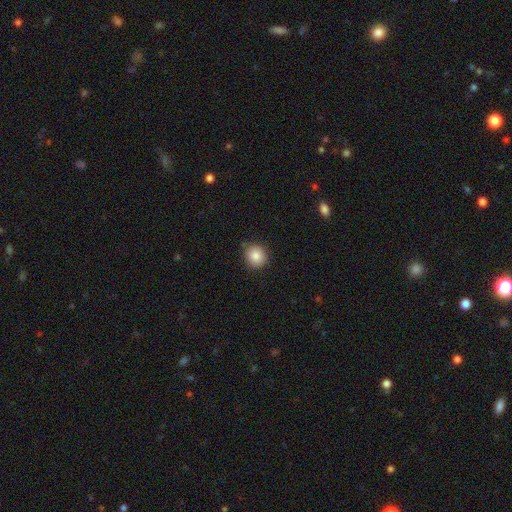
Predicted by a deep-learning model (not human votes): smooth-or-featured: smooth: 85% | star or artifact: 9% | featured or disk: 6%
  how-rounded: round: 89% | in between: 10% | cigar-shaped: 1%
  merging: none: 83% | minor disturbance: 12% | major disturbance: 2% | merger: 2%